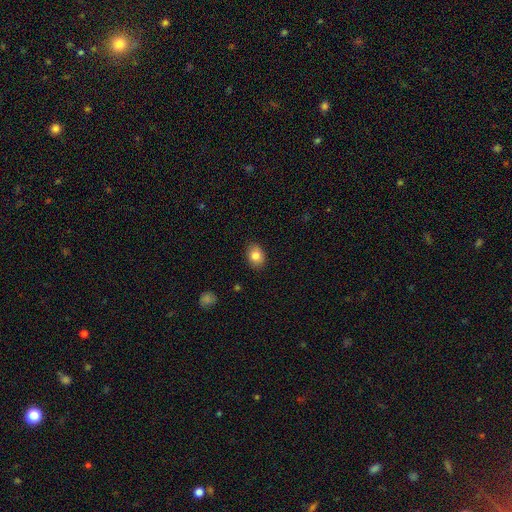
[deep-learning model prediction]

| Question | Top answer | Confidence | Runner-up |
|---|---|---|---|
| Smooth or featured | smooth | 83% | featured or disk (9%) |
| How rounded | in between | 65% | round (34%) |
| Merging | none | 88% | minor disturbance (9%) |